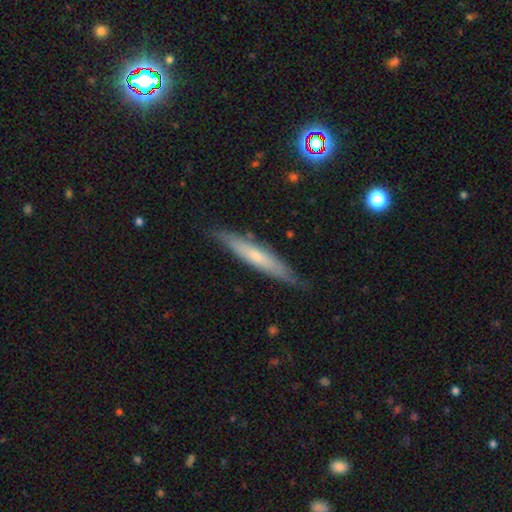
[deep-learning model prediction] smooth-or-featured: smooth: 48% | featured or disk: 46% | star or artifact: 6%
  merging: none: 82% | minor disturbance: 14% | major disturbance: 2% | merger: 1%